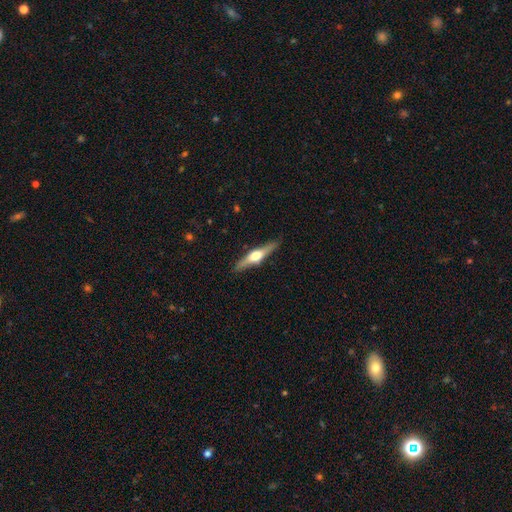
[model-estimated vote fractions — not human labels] This is likely a featured or disk galaxy (69%). It is clearly viewed edge-on (97%). Edge-on bulge: clearly rounded (93%). Merging: clearly none (89%).